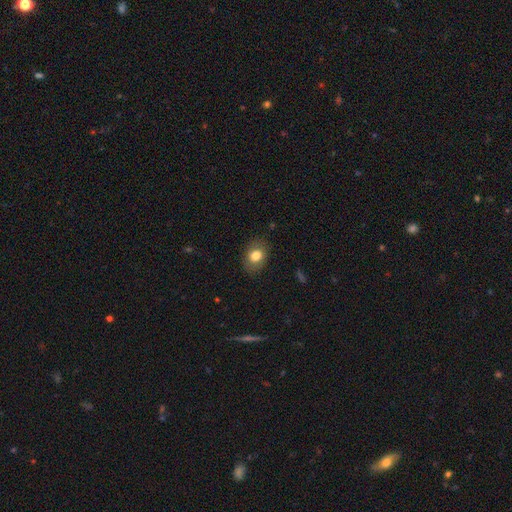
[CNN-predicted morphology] smooth 79%, featured or disk 12%, star or artifact 9%. Down the decision tree: how rounded — in between (66%); merging — none (84%).